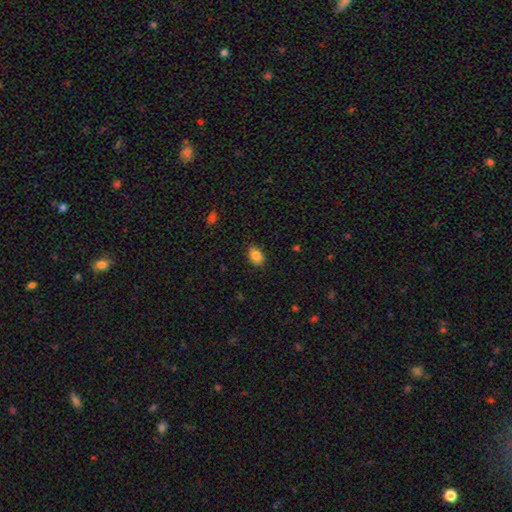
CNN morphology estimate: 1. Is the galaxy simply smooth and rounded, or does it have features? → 87% smooth, 8% star or artifact, 5% featured or disk.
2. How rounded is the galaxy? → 85% in between, 14% round, 1% cigar-shaped.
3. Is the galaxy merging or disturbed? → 87% none, 10% minor disturbance, 2% major disturbance, 1% merger.